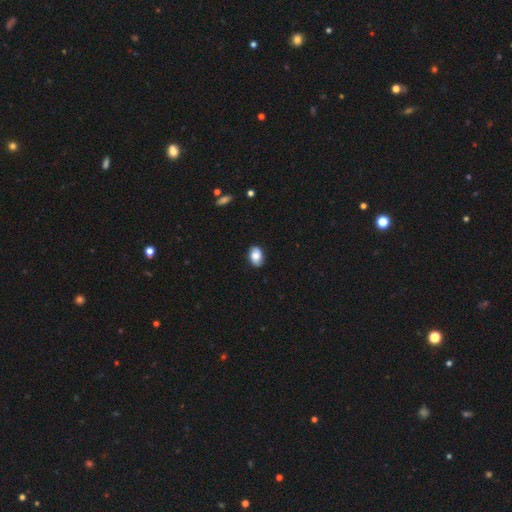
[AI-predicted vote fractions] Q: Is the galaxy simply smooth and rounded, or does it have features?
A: smooth — 79%.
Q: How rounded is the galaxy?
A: in between — 85%.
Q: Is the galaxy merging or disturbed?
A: none — 85%.